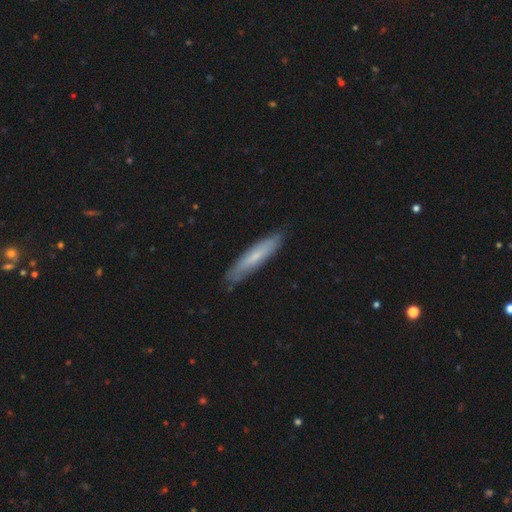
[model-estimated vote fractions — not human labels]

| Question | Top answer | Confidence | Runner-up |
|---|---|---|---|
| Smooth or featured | smooth | 57% | featured or disk (37%) |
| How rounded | cigar-shaped | 86% | in between (12%) |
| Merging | none | 83% | minor disturbance (14%) |